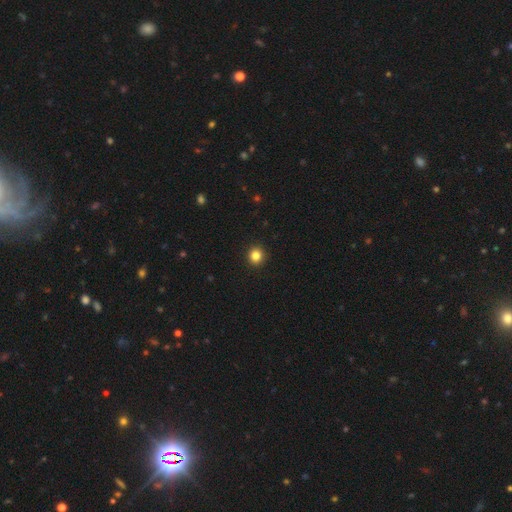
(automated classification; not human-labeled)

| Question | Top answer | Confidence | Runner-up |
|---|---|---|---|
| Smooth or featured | smooth | 84% | star or artifact (12%) |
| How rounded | round | 91% | in between (8%) |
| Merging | none | 93% | minor disturbance (4%) |